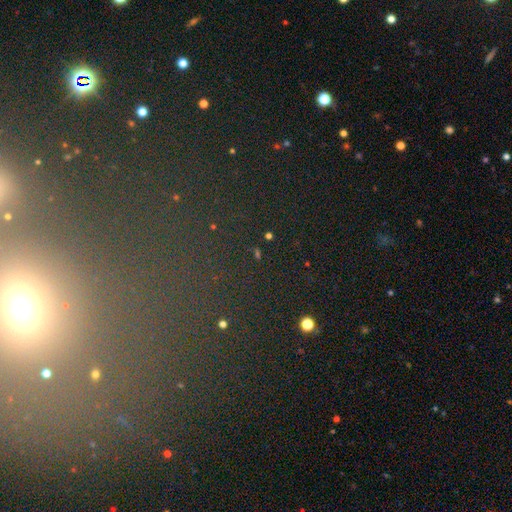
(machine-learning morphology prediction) This is likely a star or artifact rather than a galaxy (77%).